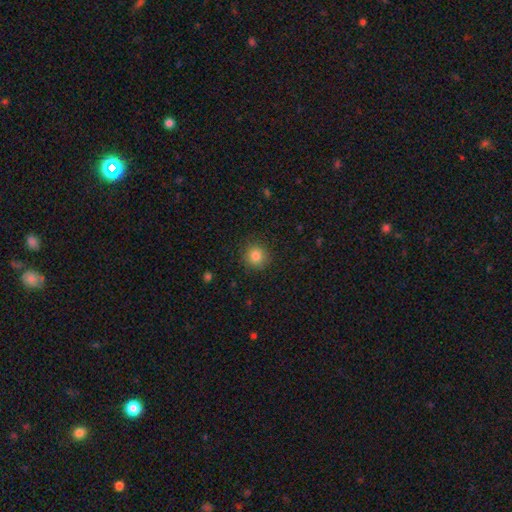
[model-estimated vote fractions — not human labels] Smooth or featured: smooth — 84% (star or artifact — 11%)
How rounded: round — 91% (in between — 8%)
Merging: none — 89% (minor disturbance — 8%)